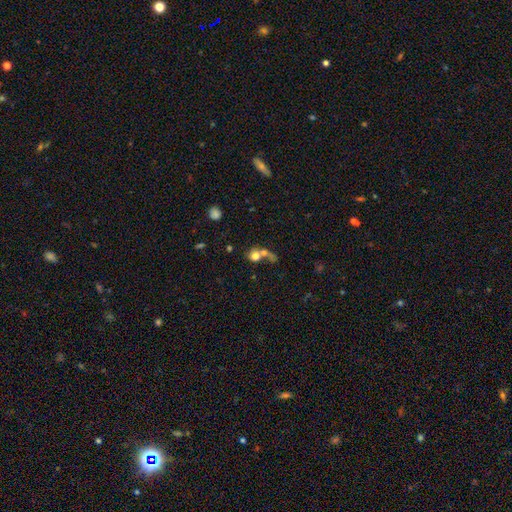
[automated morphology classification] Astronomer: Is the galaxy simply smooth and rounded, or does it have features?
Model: smooth — 71%.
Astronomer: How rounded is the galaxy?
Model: round — 75%.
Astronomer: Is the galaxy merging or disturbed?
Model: merger — 58%.